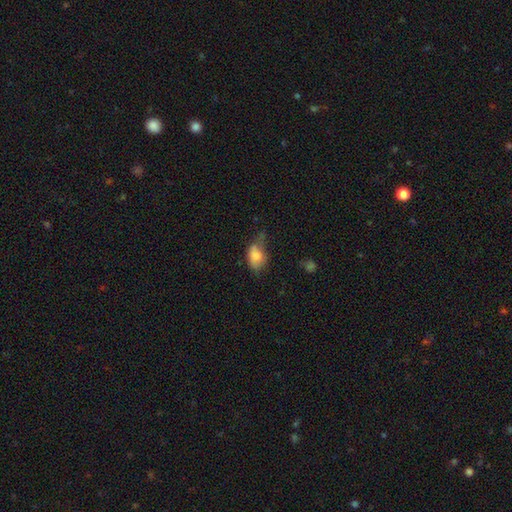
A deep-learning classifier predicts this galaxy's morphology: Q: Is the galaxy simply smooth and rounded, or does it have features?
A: smooth — 75%.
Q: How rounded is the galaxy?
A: in between — 82%.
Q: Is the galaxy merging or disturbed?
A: minor disturbance — 37%.